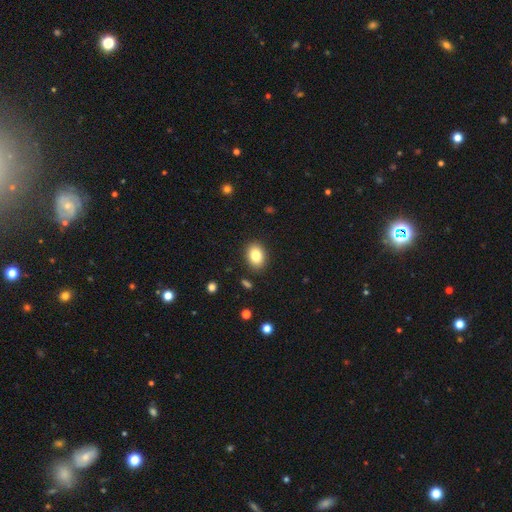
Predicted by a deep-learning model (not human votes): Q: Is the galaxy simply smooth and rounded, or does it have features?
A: smooth — 82%.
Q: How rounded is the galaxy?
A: in between — 69%.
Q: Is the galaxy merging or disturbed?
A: none — 89%.